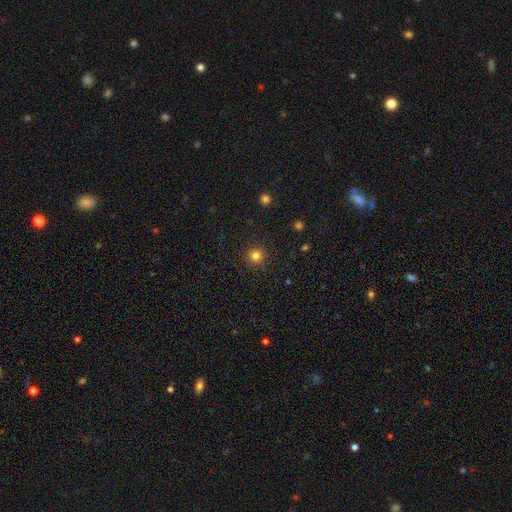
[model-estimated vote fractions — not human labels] Smooth or featured?
  - smooth: 83% *
  - star or artifact: 13%
  - featured or disk: 4%
How rounded?
  - round: 95% *
  - in between: 4%
  - cigar-shaped: 1%
Merging?
  - none: 92% *
  - minor disturbance: 5%
  - major disturbance: 2%
  - merger: 1%